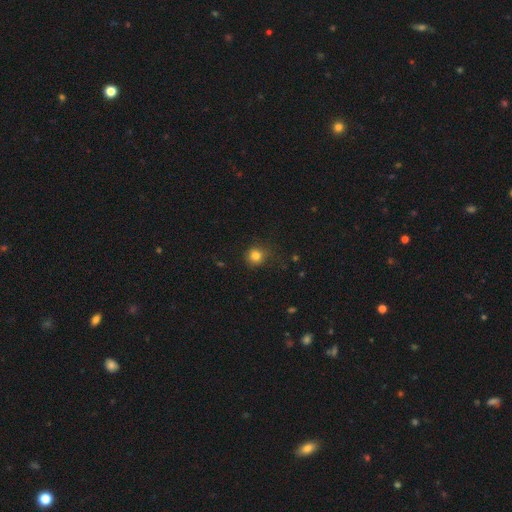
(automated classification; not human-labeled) smooth_or_featured: smooth (p=0.82) [alt: star or artifact p=0.13]
how_rounded: round (p=0.89) [alt: in between p=0.10]
merging: none (p=0.80) [alt: minor disturbance p=0.14]